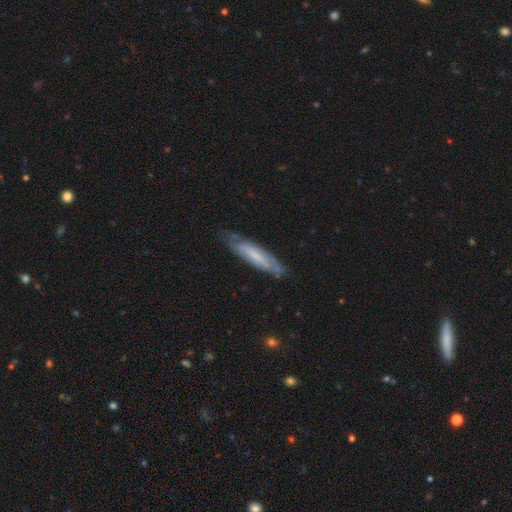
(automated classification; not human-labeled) A featured or disk galaxy (48%). Merging: none (70%).